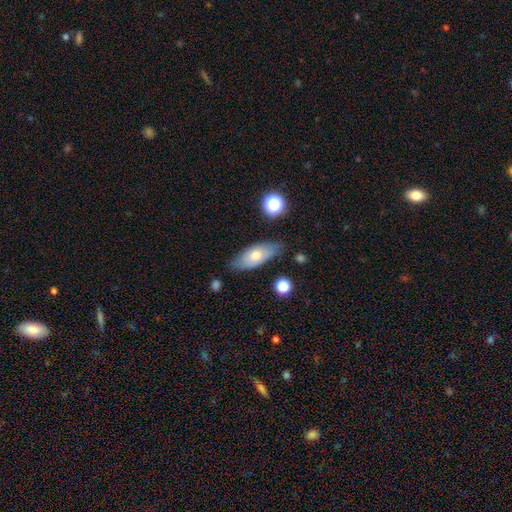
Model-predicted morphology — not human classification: Q: Smooth or featured?
A: smooth (62%); runner-up: featured or disk (30%)
Q: How rounded?
A: in between (80%); runner-up: cigar-shaped (17%)
Q: Merging?
A: none (74%); runner-up: minor disturbance (19%)